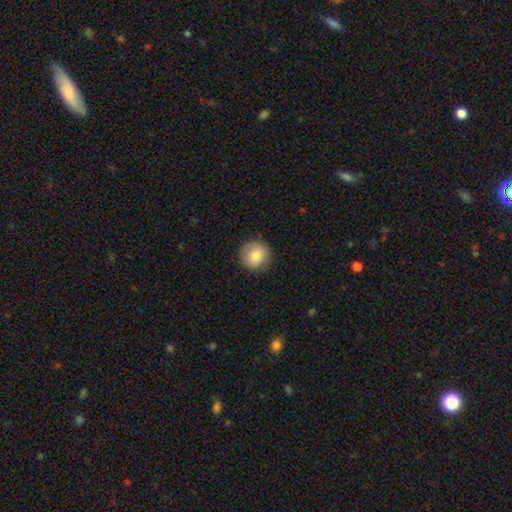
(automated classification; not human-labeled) A smooth galaxy with no disk features (83%) that is round (93%). Merging: none (87%).